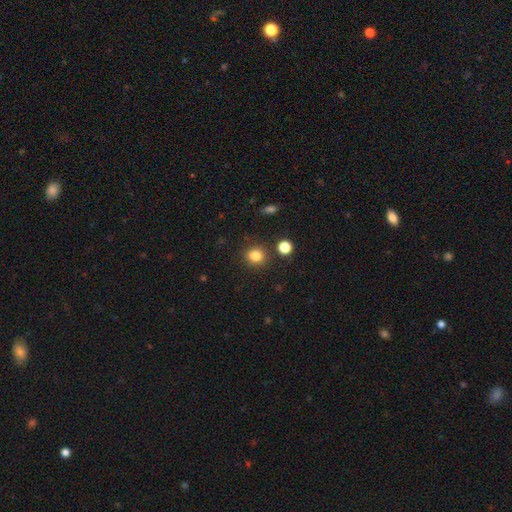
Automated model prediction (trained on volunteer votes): Smooth or featured? Predicted: smooth (p=0.83). How rounded? Predicted: round (p=0.81). Merging? Predicted: none (p=0.84).